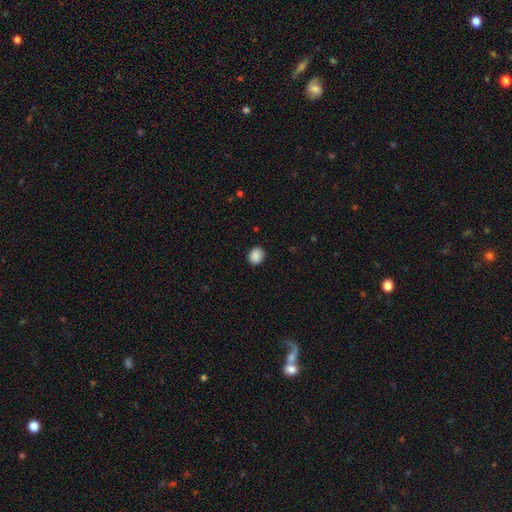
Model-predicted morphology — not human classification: This is clearly a smooth galaxy (89%). How rounded: likely round (62%). Merging: clearly none (88%).